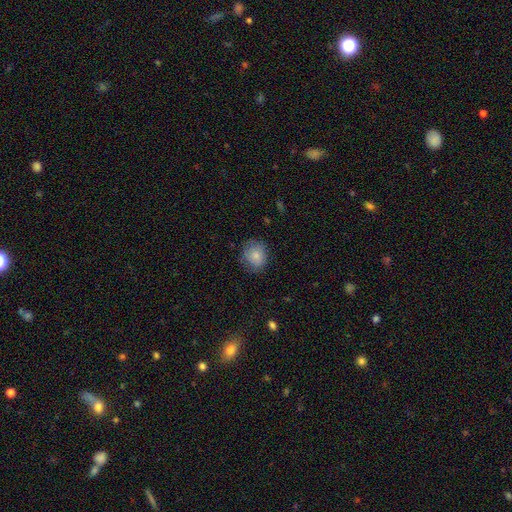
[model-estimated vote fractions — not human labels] Smooth or featured? smooth (82%)
How rounded? round (68%)
Merging? none (74%)